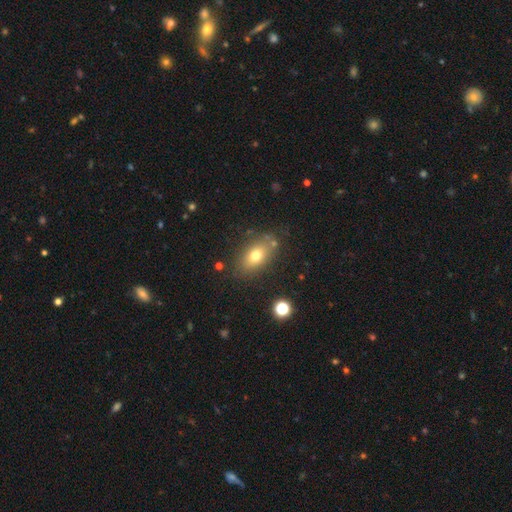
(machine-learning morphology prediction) Overall: smooth (72%). How rounded: in between (83%). Merging: none (78%).